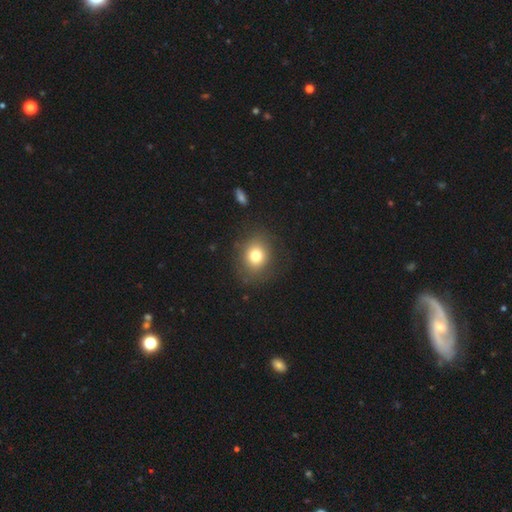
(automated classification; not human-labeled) smooth-or-featured: smooth: 77% | star or artifact: 12% | featured or disk: 11%
  how-rounded: round: 73% | in between: 26% | cigar-shaped: 1%
  merging: none: 82% | minor disturbance: 11% | major disturbance: 5% | merger: 2%